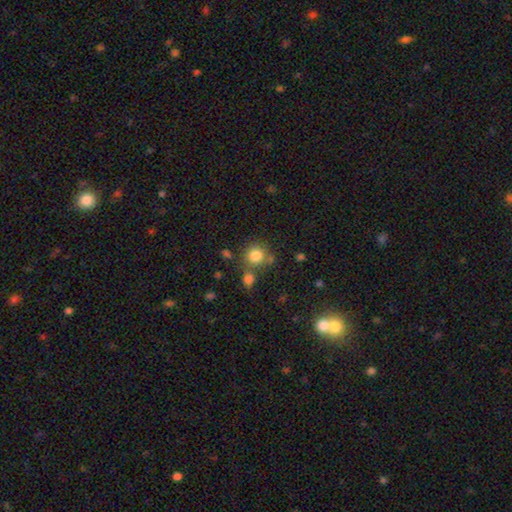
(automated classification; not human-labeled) smooth-or-featured: smooth: 82% | star or artifact: 11% | featured or disk: 7%
  how-rounded: round: 88% | in between: 11% | cigar-shaped: 1%
  merging: none: 64% | merger: 18% | minor disturbance: 12% | major disturbance: 5%